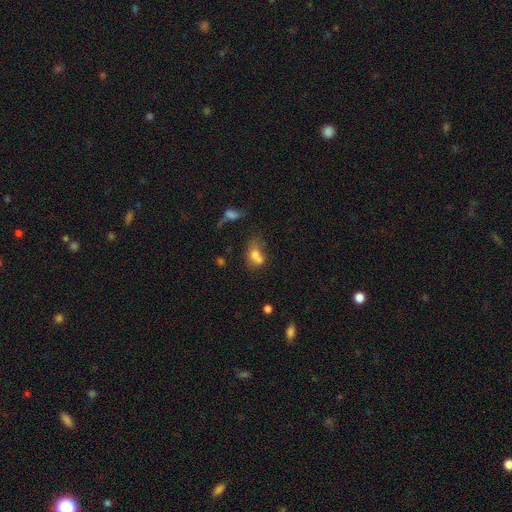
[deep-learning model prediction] Overall: smooth (67%). How rounded: in between (66%; round 31%). Merging: merger (51%; none 24%).